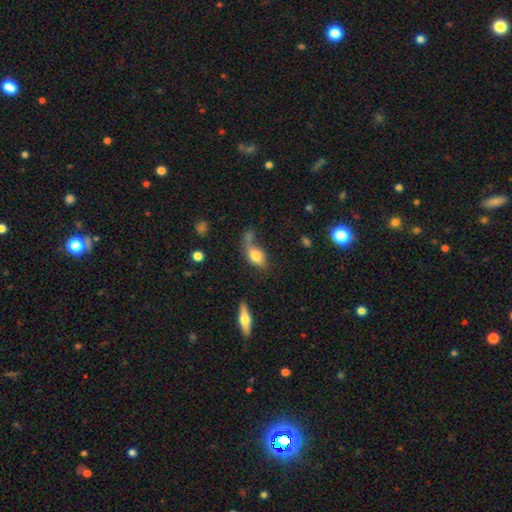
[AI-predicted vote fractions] Smooth or featured?
  - smooth: 74% *
  - featured or disk: 17%
  - star or artifact: 9%
How rounded?
  - in between: 82% *
  - round: 11%
  - cigar-shaped: 7%
Merging?
  - none: 38% *
  - merger: 26%
  - minor disturbance: 19%
  - major disturbance: 17%